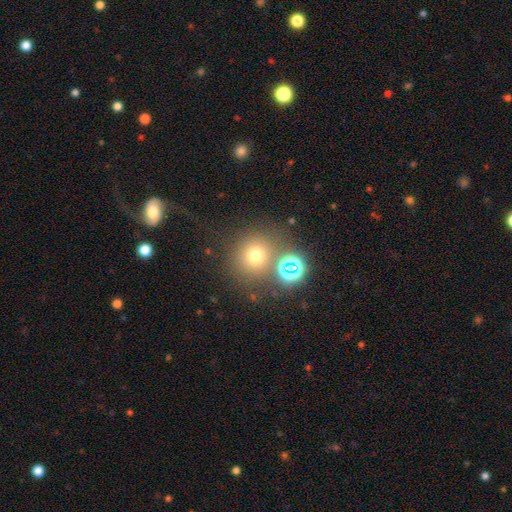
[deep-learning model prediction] A smooth galaxy with no disk features (67%) that is round (92%).

Vote fractions:
- Smooth or featured? smooth: 67% / star or artifact: 23% / featured or disk: 10%
- How rounded? round: 92% / in between: 7% / cigar-shaped: 1%
- Merging? none: 73% / merger: 13% / minor disturbance: 9% / major disturbance: 5%